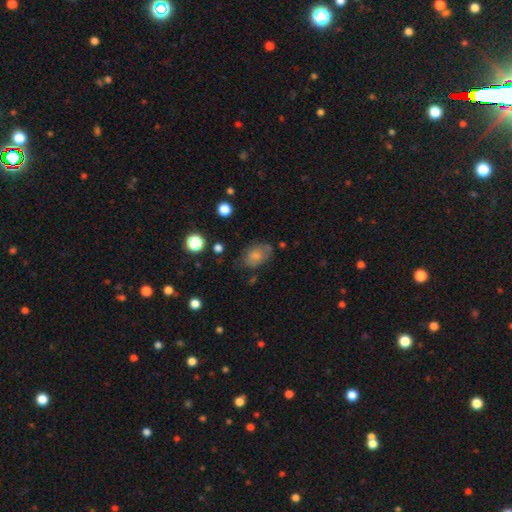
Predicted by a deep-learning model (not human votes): Q: Smooth or featured?
A: smooth (72%); runner-up: featured or disk (18%)
Q: How rounded?
A: in between (80%); runner-up: round (19%)
Q: Merging?
A: none (57%); runner-up: minor disturbance (27%)